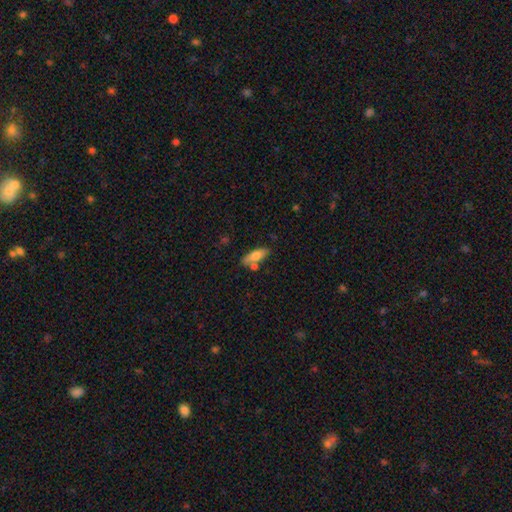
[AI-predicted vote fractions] smooth 73%, featured or disk 20%, star or artifact 6%. Down the decision tree: how rounded — in between (61%); merging — none (66%).